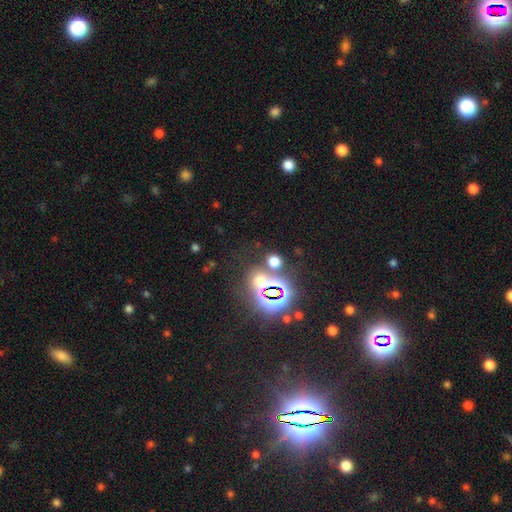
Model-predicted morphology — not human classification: The model was most divided on "smooth or featured": star or artifact: 84%, smooth: 9%, featured or disk: 7%.